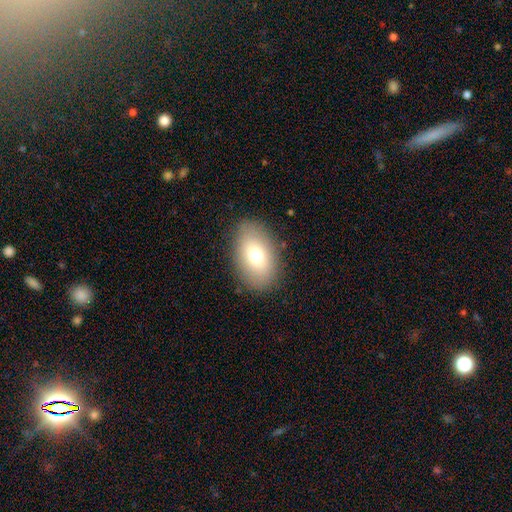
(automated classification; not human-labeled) Smooth or featured?
  - smooth: 74% *
  - featured or disk: 17%
  - star or artifact: 9%
How rounded?
  - in between: 88% *
  - round: 11%
  - cigar-shaped: 1%
Merging?
  - none: 86% *
  - minor disturbance: 9%
  - major disturbance: 3%
  - merger: 1%